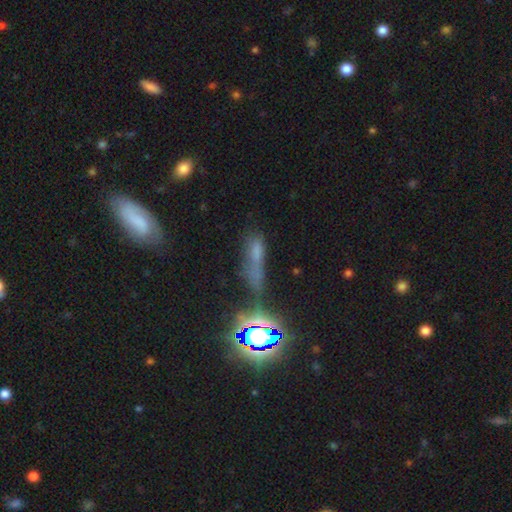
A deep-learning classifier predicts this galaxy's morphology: Smooth or featured?
  - smooth: 46% *
  - star or artifact: 36%
  - featured or disk: 18%
Merging?
  - none: 47% *
  - minor disturbance: 21%
  - merger: 16%
  - major disturbance: 16%